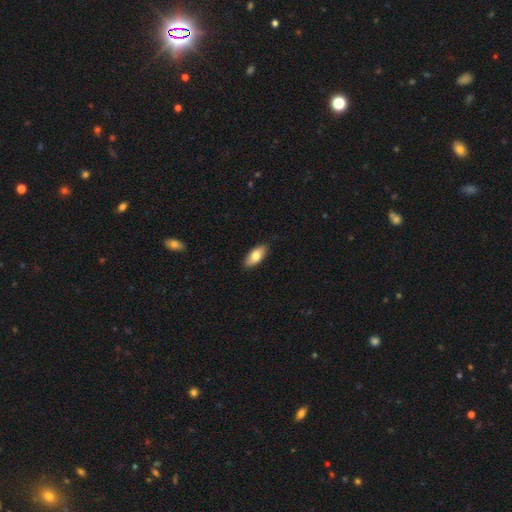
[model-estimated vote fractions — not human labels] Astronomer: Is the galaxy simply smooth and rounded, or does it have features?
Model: smooth — 77%.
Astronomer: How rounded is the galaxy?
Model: in between — 87%.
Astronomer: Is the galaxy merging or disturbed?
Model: none — 88%.